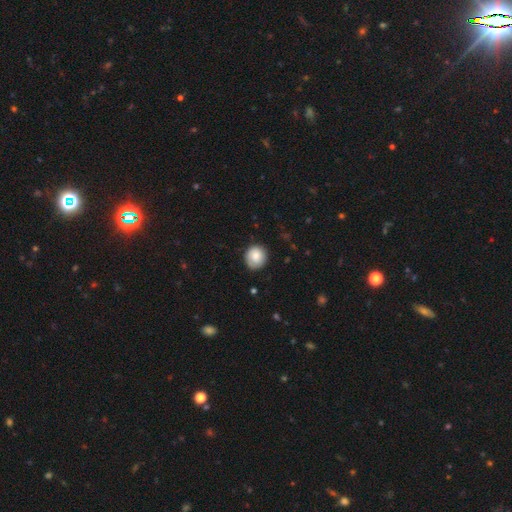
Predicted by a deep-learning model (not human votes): The model was most divided on "merging": none: 84%, minor disturbance: 13%, major disturbance: 2%, merger: 1%. More confident: how rounded — round (88%); smooth or featured — smooth (82%).